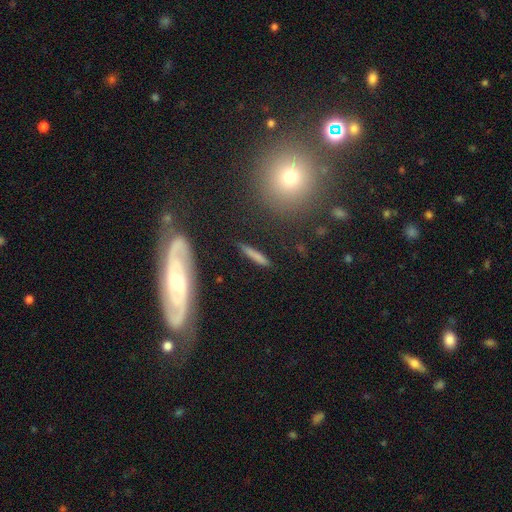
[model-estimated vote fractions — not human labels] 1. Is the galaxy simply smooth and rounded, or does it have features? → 71% smooth, 20% featured or disk, 10% star or artifact.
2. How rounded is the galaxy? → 88% cigar-shaped, 9% in between, 2% round.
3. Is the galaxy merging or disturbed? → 80% none, 13% minor disturbance, 4% major disturbance, 3% merger.